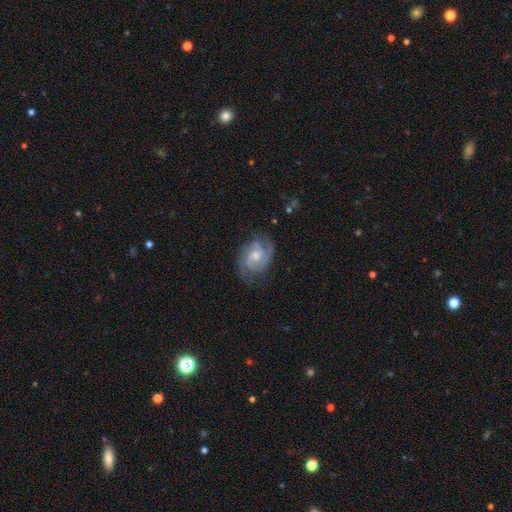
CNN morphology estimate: Overall: featured or disk (78%). Edge-on disk: no (97%). Bar: no (56%; weak 38%). Spiral arms: yes (93%). Spiral arm count: 2 (60%). Spiral winding: medium (45%; tight 42%). Bulge size: moderate (53%; small 38%). Merging: none (67%).